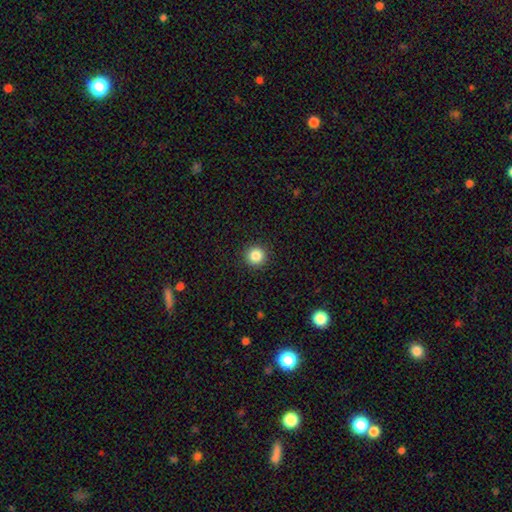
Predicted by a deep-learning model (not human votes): smooth 85%, star or artifact 11%, featured or disk 4%. Down the decision tree: how rounded — round (95%); merging — none (93%).